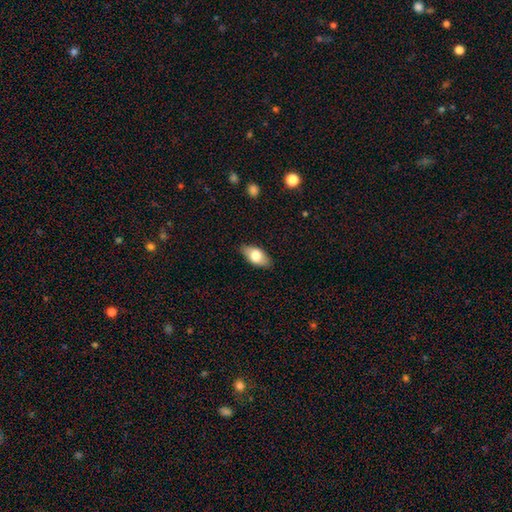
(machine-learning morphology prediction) Smooth or featured? Predicted: smooth (p=0.74). How rounded? Predicted: in between (p=0.92). Merging? Predicted: none (p=0.85).